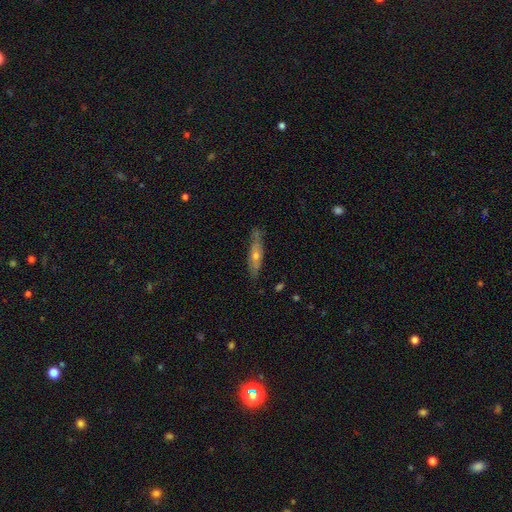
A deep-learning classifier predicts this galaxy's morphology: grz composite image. It shows a featured or disk galaxy (55%) viewed edge-on (65%). Merging: none (74%).